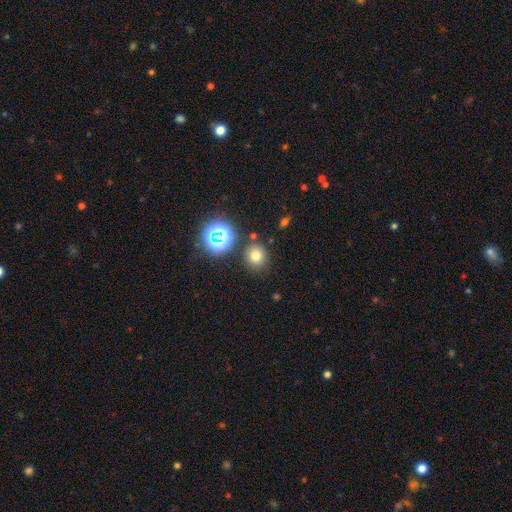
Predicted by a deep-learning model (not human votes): This is likely a smooth galaxy (70%). How rounded: clearly round (85%). Merging: clearly none (83%).